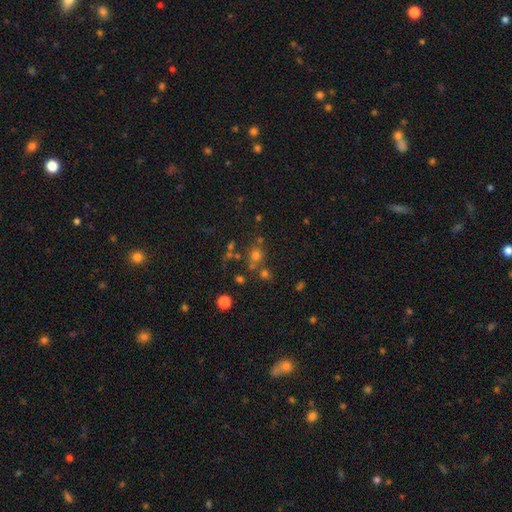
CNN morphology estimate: The model was most divided on "smooth or featured": smooth: 57%, star or artifact: 30%, featured or disk: 13%. More confident: how rounded — round (82%); merging — none (61%).